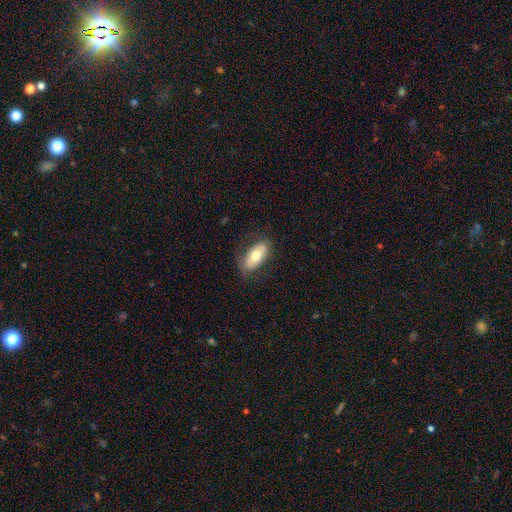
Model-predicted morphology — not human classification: A smooth galaxy with no disk features (66%) that is in between round and cigar-shaped (89%).

Vote fractions:
- Smooth or featured? smooth: 66% / featured or disk: 28% / star or artifact: 6%
- How rounded? in between: 89% / cigar-shaped: 8% / round: 4%
- Merging? none: 77% / minor disturbance: 17% / major disturbance: 5% / merger: 1%